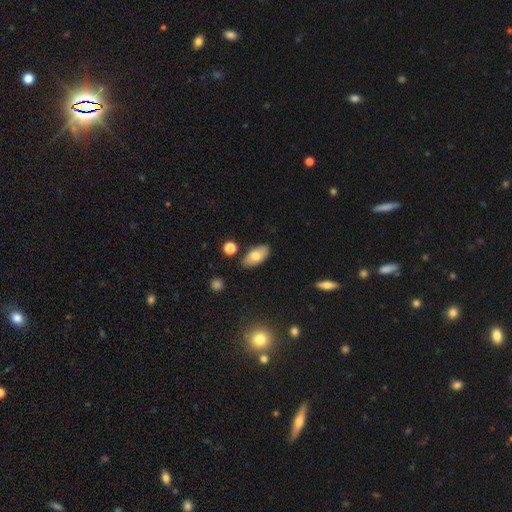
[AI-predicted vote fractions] The model was most divided on "smooth or featured": smooth: 76%, featured or disk: 17%, star or artifact: 7%. More confident: how rounded — in between (92%); merging — none (83%).